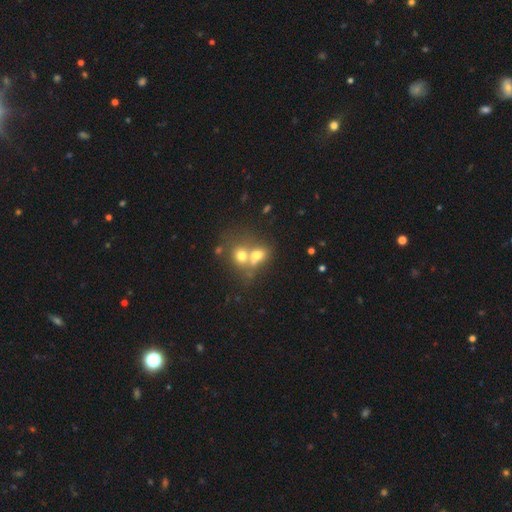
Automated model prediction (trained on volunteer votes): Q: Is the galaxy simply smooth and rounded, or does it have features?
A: smooth — 67%.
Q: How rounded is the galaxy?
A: in between — 52%.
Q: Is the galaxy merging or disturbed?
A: merger — 67%.